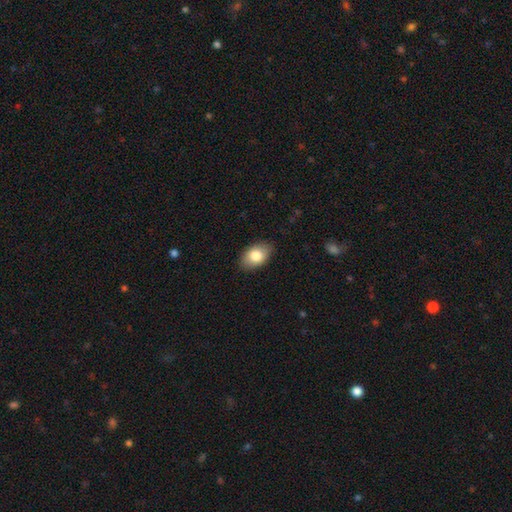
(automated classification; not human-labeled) Smooth or featured?
  - smooth: 82% *
  - featured or disk: 11%
  - star or artifact: 7%
How rounded?
  - in between: 88% *
  - round: 10%
  - cigar-shaped: 1%
Merging?
  - none: 86% *
  - minor disturbance: 11%
  - major disturbance: 2%
  - merger: 1%